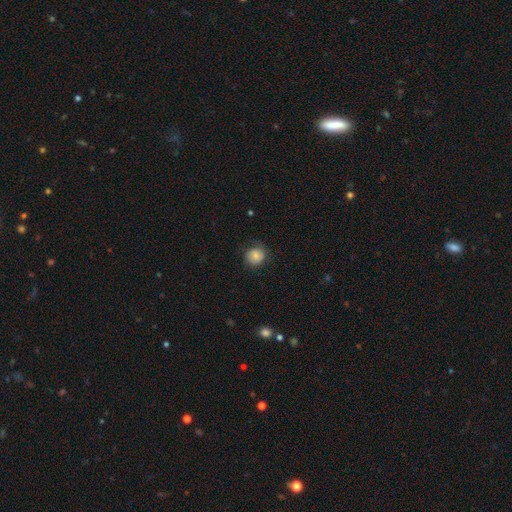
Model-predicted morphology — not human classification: The model was most divided on "merging": none: 75%, minor disturbance: 19%, major disturbance: 6%, merger: 1%. More confident: how rounded — round (85%); smooth or featured — smooth (80%).